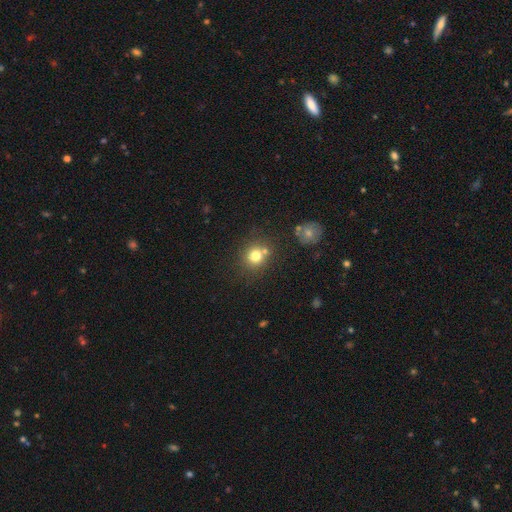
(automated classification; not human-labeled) A smooth galaxy with no disk features (77%) that is round (85%).

Vote fractions:
- Smooth or featured? smooth: 77% / star or artifact: 14% / featured or disk: 10%
- How rounded? round: 85% / in between: 14% / cigar-shaped: 1%
- Merging? none: 68% / merger: 18% / minor disturbance: 10% / major disturbance: 4%